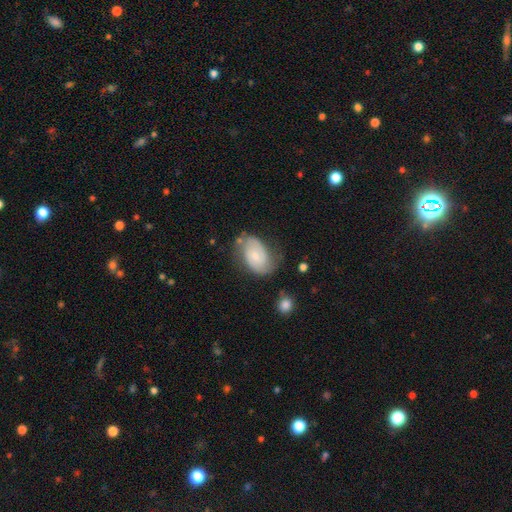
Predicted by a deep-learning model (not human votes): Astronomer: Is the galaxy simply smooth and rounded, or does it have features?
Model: featured or disk — 59%.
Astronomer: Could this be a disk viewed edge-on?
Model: no — 97%.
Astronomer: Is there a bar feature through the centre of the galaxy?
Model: no — 58% (runner-up: weak, 36%).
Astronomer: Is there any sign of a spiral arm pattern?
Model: yes — 87%.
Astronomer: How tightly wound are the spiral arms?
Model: medium — 42% (runner-up: tight, 38%).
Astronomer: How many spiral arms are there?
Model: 2 — 76%.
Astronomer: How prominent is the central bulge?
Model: small — 54% (runner-up: moderate, 35%).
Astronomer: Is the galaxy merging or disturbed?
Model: none — 58%.